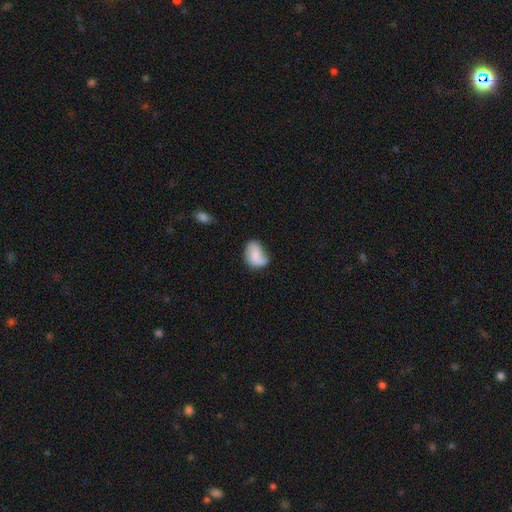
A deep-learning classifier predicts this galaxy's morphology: A smooth galaxy with no disk features (53%) that is in between round and cigar-shaped (70%). Merging: none (46%).